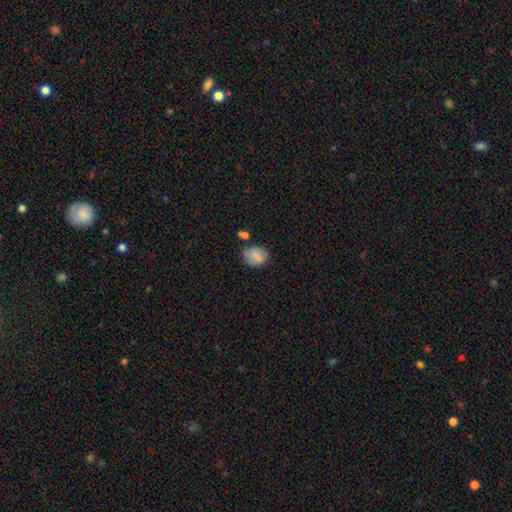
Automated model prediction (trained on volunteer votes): smooth-or-featured: smooth: 77% | featured or disk: 14% | star or artifact: 9%
  how-rounded: round: 52% | in between: 47% | cigar-shaped: 1%
  merging: none: 61% | minor disturbance: 21% | merger: 12% | major disturbance: 6%